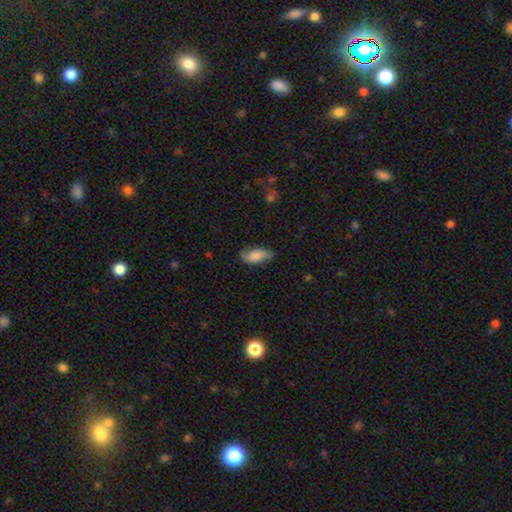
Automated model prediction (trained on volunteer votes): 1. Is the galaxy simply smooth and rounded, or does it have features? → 72% smooth, 21% featured or disk, 7% star or artifact.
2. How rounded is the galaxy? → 87% in between, 11% cigar-shaped, 3% round.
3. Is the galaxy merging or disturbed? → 68% none, 25% minor disturbance, 6% major disturbance, 2% merger.